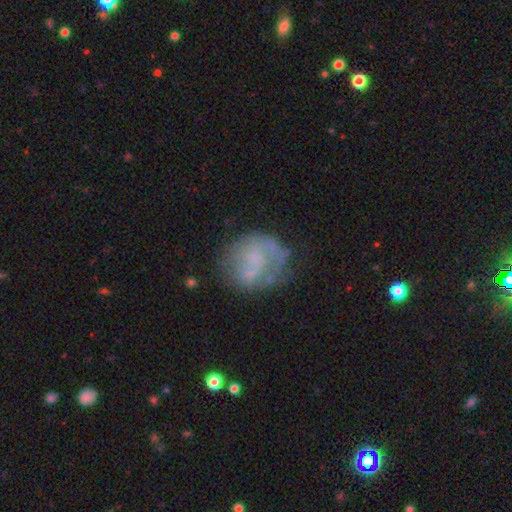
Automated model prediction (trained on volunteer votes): Q: Smooth or featured?
A: featured or disk (50%); runner-up: smooth (35%)
Q: Edge-on disk?
A: no (97%); runner-up: yes (3%)
Q: Merging?
A: none (59%); runner-up: minor disturbance (21%)